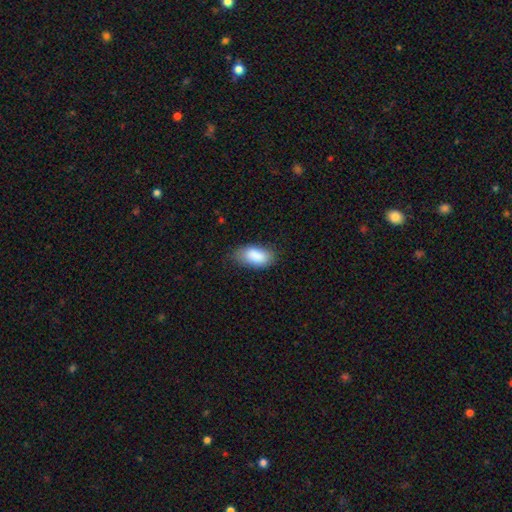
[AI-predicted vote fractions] Smooth or featured? Predicted: smooth (p=0.88). How rounded? Predicted: in between (p=0.93). Merging? Predicted: none (p=0.73).